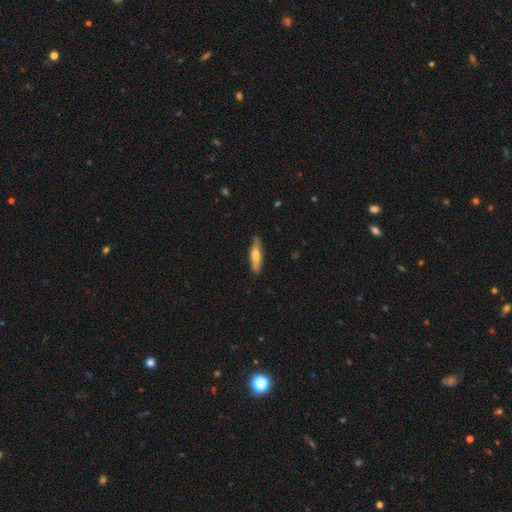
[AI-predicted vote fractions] A smooth galaxy with no disk features (66%) that is cigar-shaped (72%). Merging: none (83%).